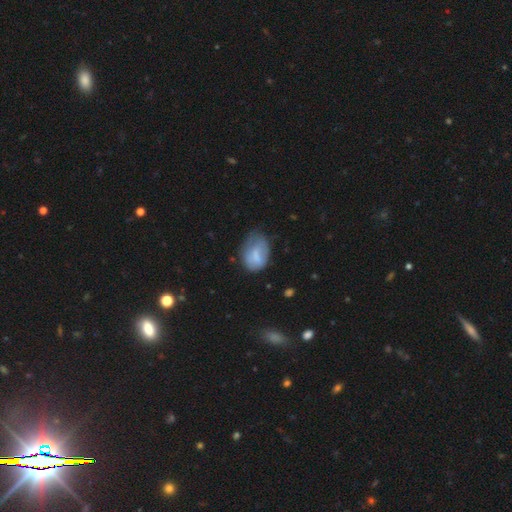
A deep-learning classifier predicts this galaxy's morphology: smooth 70%, featured or disk 23%, star or artifact 8%. Down the decision tree: how rounded — in between (75%); merging — none (43%).